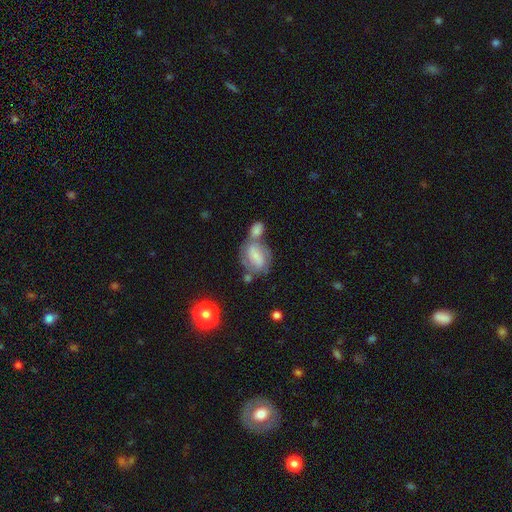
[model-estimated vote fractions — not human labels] Smooth or featured? featured or disk (50%)
Edge-on disk? no (96%)
Merging? merger (44%)